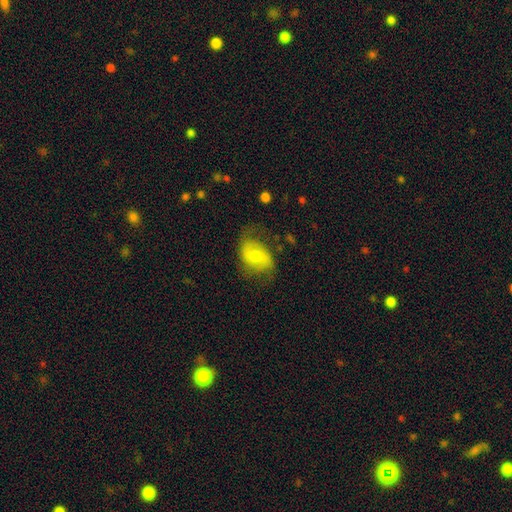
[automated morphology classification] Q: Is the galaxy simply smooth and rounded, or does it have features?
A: featured or disk — 54%.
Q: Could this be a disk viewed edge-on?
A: no — 96%.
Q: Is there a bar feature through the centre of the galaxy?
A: weak — 45%.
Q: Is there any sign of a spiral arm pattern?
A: yes — 83%.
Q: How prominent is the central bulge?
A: moderate — 58%.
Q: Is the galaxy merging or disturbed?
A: none — 57%.